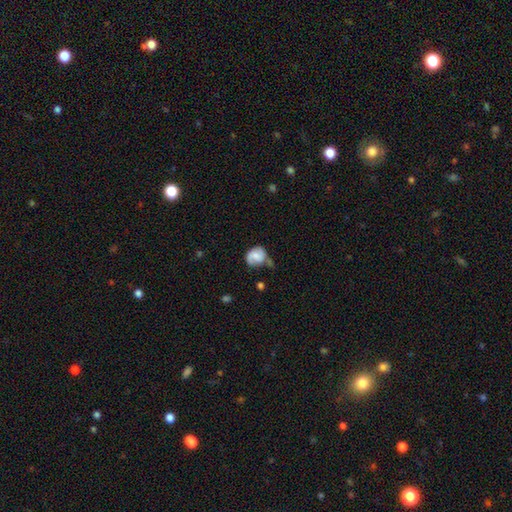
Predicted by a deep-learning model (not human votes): Overall: smooth (46%, tied with featured or disk). Merging: none (45%; minor disturbance 33%).